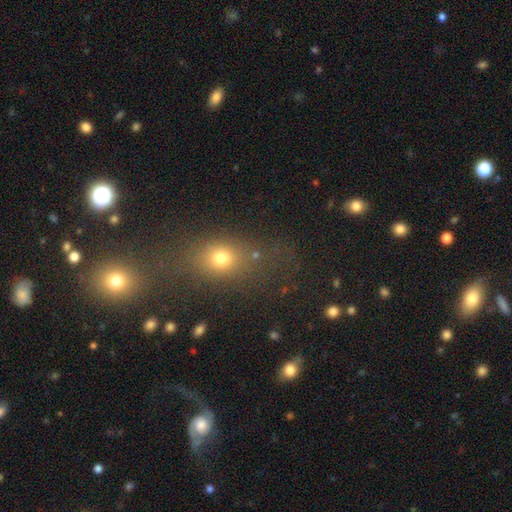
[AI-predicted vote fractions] A smooth galaxy with no disk features (65%) that is round (51%). Merging: none (65%).